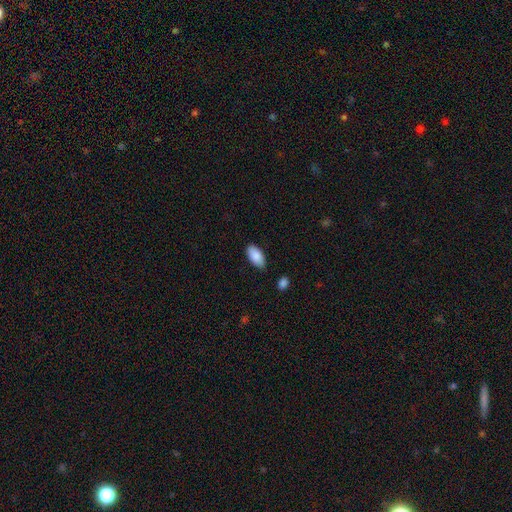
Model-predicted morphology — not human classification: The model was most divided on "merging": none: 84%, minor disturbance: 12%, major disturbance: 2%, merger: 2%. More confident: how rounded — in between (94%); smooth or featured — smooth (88%).